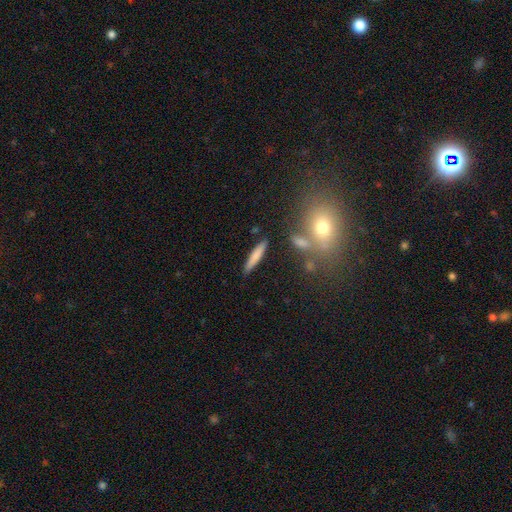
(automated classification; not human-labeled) This is likely a smooth galaxy (75%). How rounded: clearly cigar-shaped (90%). Merging: clearly none (84%).